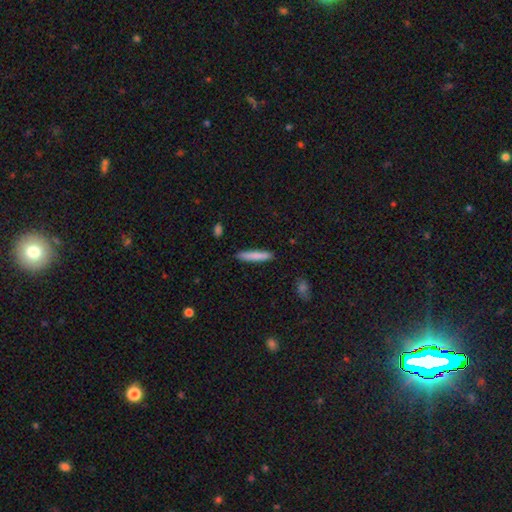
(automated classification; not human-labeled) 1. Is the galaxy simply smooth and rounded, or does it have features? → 82% smooth, 12% featured or disk, 6% star or artifact.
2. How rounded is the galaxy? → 92% cigar-shaped, 6% in between, 1% round.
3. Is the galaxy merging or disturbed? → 89% none, 8% minor disturbance, 2% major disturbance, 1% merger.